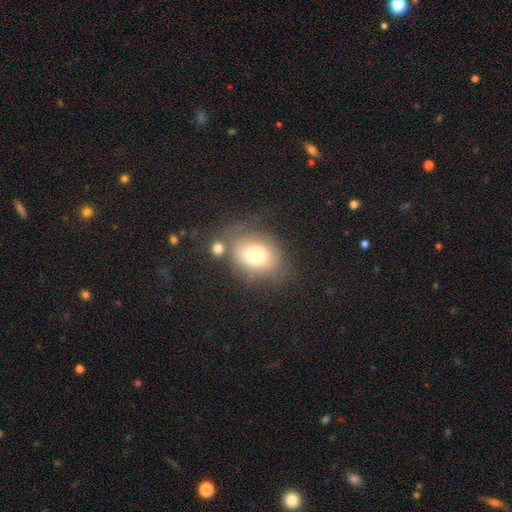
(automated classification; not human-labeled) Smooth or featured?
  - smooth: 71% *
  - featured or disk: 19%
  - star or artifact: 10%
How rounded?
  - in between: 68% *
  - round: 30%
  - cigar-shaped: 1%
Merging?
  - none: 55% *
  - minor disturbance: 21%
  - merger: 12%
  - major disturbance: 11%